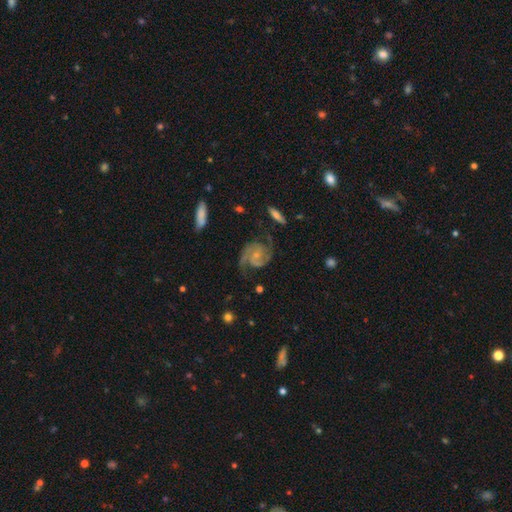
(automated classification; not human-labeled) Overall: featured or disk (90%). Edge-on disk: no (98%). Bar: no (67%; weak 27%). Spiral arms: yes (98%). Spiral arm count: 2 (87%). Spiral winding: medium (52%; tight 33%). Bulge size: small (61%; moderate 29%). Merging: none (71%).